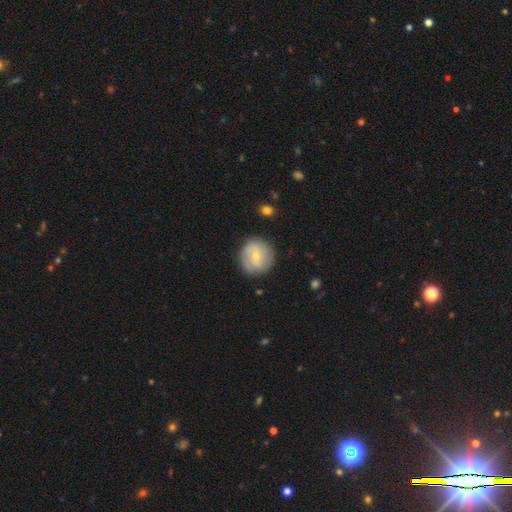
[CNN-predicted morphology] The model was most divided on "smooth or featured": smooth: 48%, featured or disk: 45%, star or artifact: 7%. More confident: merging — none (83%).